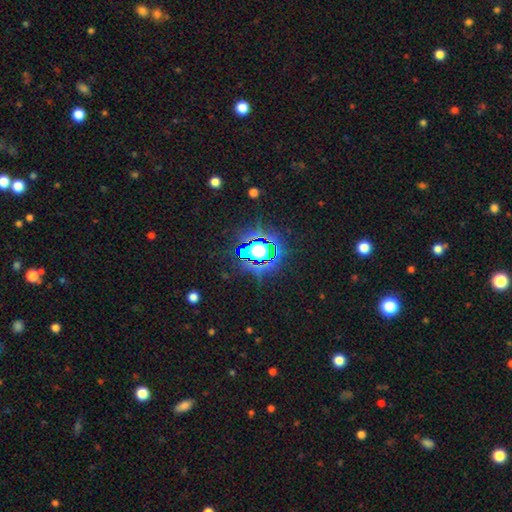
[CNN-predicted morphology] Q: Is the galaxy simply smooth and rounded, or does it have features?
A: star or artifact — 81%.